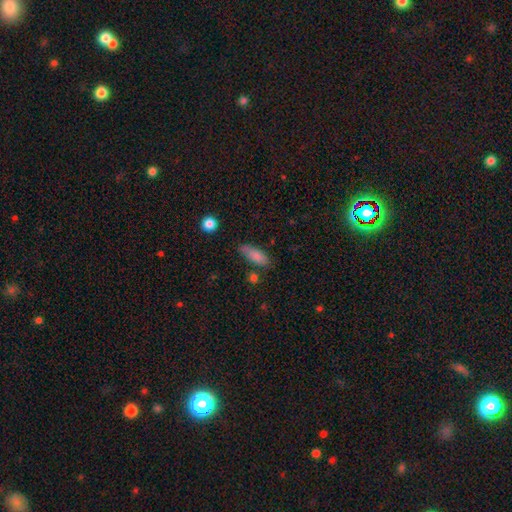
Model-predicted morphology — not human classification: smooth 83%, featured or disk 9%, star or artifact 7%. Down the decision tree: how rounded — in between (70%); merging — none (68%).